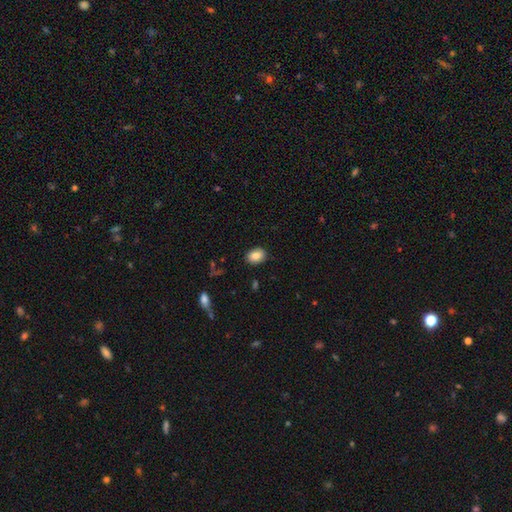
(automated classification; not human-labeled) This is clearly a smooth galaxy (84%). How rounded: likely in between (71%). Merging: clearly none (88%).